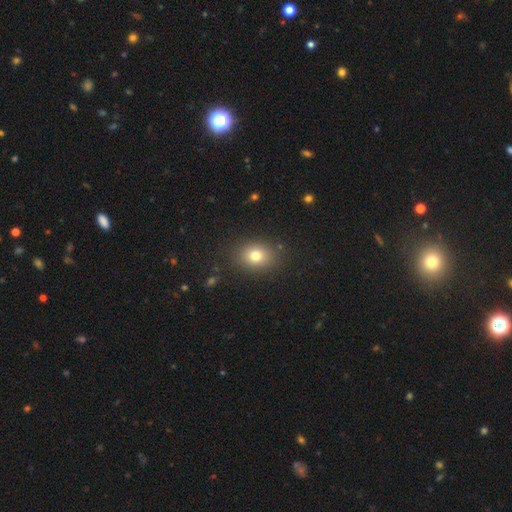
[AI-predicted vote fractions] Q: Smooth or featured?
A: smooth (77%); runner-up: star or artifact (13%)
Q: How rounded?
A: in between (51%); runner-up: round (48%)
Q: Merging?
A: none (86%); runner-up: minor disturbance (9%)